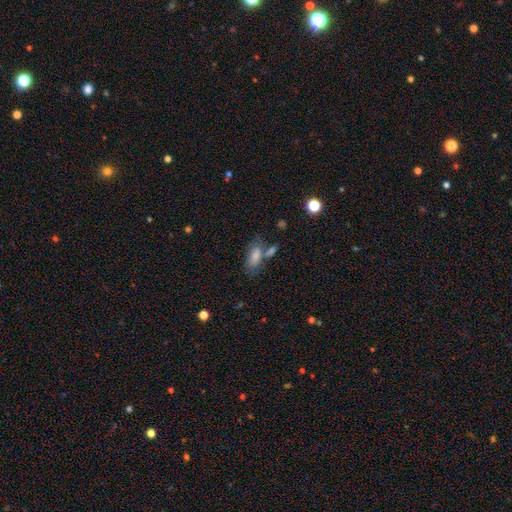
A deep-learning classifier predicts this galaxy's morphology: Smooth or featured? Predicted: smooth (p=0.78). How rounded? Predicted: in between (p=0.83). Merging? Predicted: none (p=0.48).